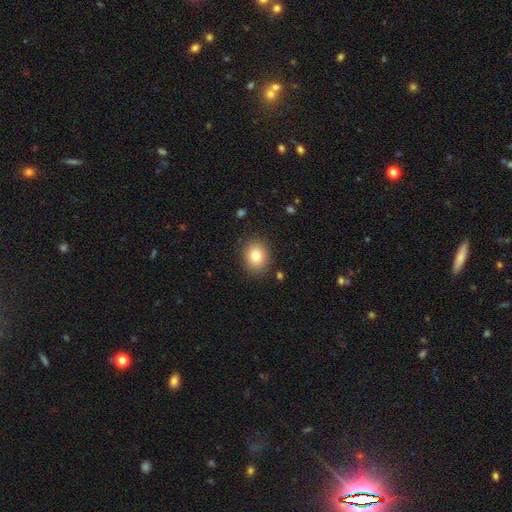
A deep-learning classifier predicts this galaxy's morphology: Smooth or featured: smooth — 79% (featured or disk — 11%)
How rounded: round — 57% (in between — 42%)
Merging: none — 87% (minor disturbance — 9%)